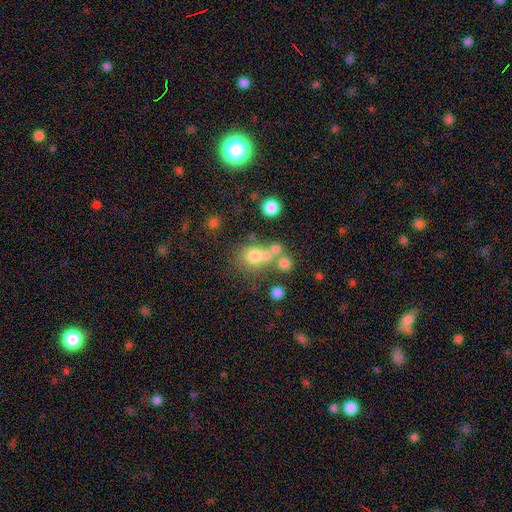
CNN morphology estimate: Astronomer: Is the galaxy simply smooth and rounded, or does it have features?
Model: smooth — 67%.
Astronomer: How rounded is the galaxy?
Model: round — 76%.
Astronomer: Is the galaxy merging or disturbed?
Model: none — 44% (runner-up: merger, 37%).